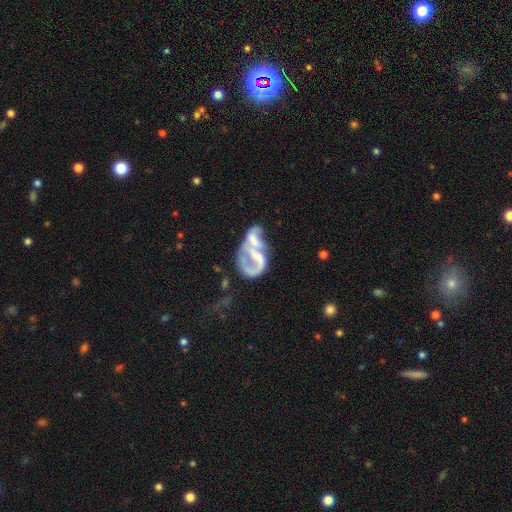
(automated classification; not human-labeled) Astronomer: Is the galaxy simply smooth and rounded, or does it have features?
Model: featured or disk — 71%.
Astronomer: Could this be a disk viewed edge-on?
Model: no — 97%.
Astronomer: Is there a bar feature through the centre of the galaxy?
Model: no — 52% (runner-up: weak, 29%).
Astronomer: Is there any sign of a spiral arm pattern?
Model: yes — 55% (runner-up: no, 45%).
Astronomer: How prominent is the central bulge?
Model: none — 45% (runner-up: moderate, 24%).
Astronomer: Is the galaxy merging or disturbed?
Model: merger — 36% (runner-up: major disturbance, 35%).